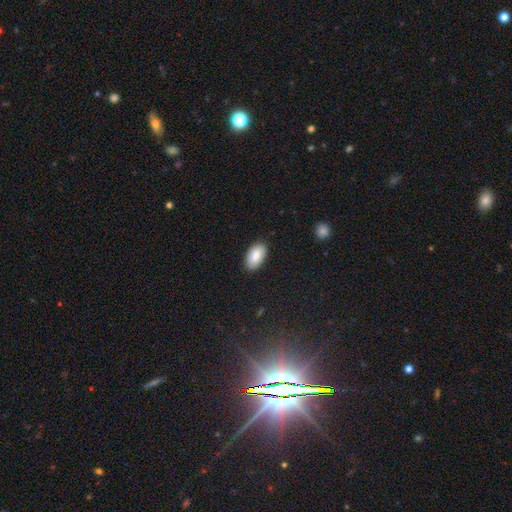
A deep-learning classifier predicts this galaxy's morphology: Smooth or featured?
  - smooth: 86% *
  - featured or disk: 8%
  - star or artifact: 6%
How rounded?
  - in between: 95% *
  - round: 3%
  - cigar-shaped: 2%
Merging?
  - none: 87% *
  - minor disturbance: 10%
  - major disturbance: 2%
  - merger: 1%